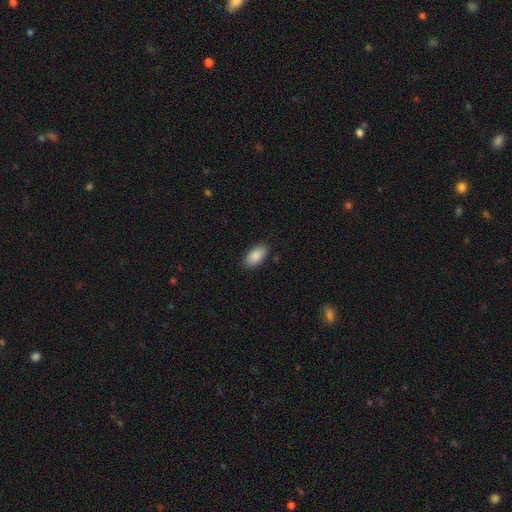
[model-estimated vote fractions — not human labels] Overall: smooth (87%). How rounded: in between (94%). Merging: none (88%).